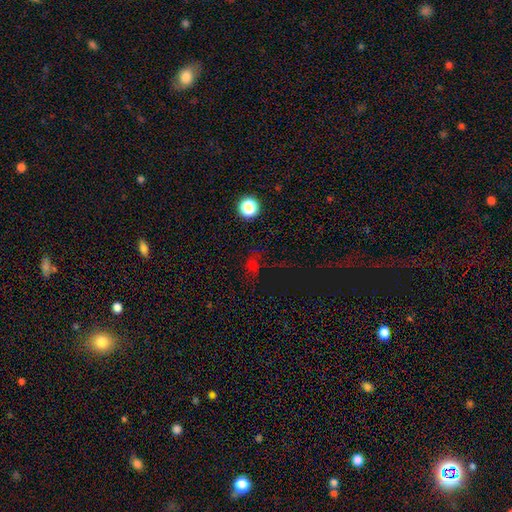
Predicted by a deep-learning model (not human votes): A smooth galaxy with no disk features (50%) that is round (67%). Merging: none (70%).